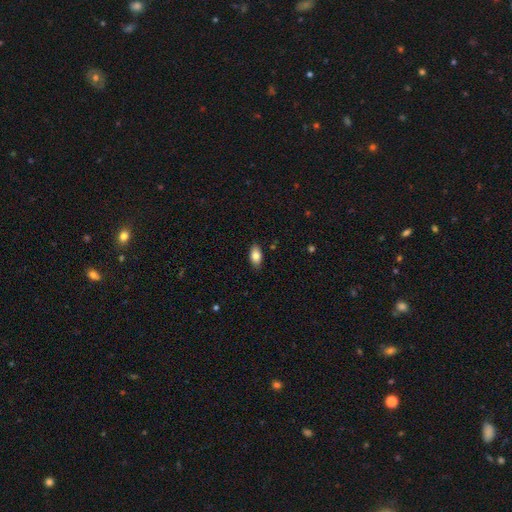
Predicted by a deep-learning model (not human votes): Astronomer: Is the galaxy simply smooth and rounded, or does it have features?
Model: smooth — 84%.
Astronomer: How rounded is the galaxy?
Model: in between — 91%.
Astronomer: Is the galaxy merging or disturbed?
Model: none — 86%.